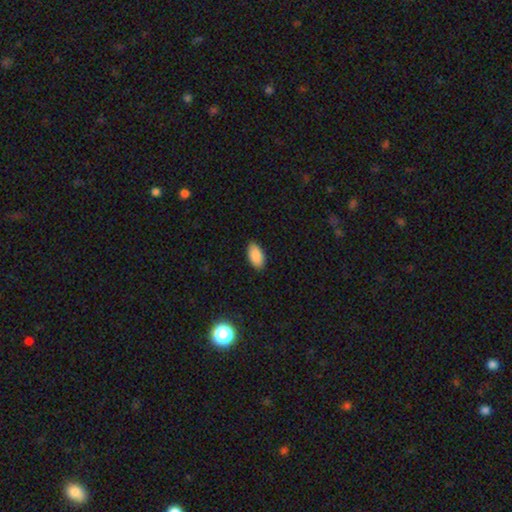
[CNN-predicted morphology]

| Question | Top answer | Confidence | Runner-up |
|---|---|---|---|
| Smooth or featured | smooth | 89% | star or artifact (8%) |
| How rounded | in between | 95% | cigar-shaped (3%) |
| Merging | none | 87% | minor disturbance (10%) |